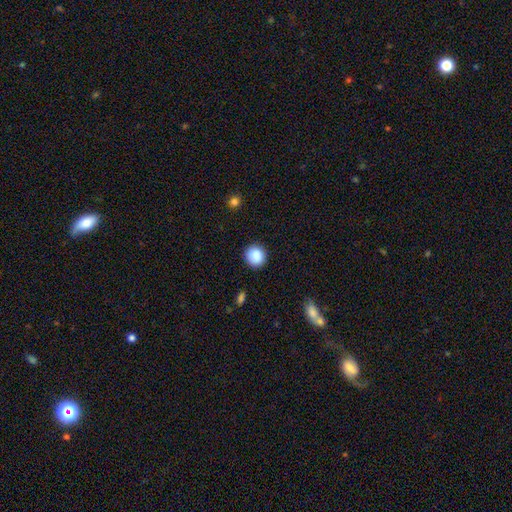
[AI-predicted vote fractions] smooth_or_featured: smooth (p=0.89) [alt: star or artifact p=0.08]
how_rounded: round (p=0.90) [alt: in between p=0.09]
merging: none (p=0.90) [alt: minor disturbance p=0.07]